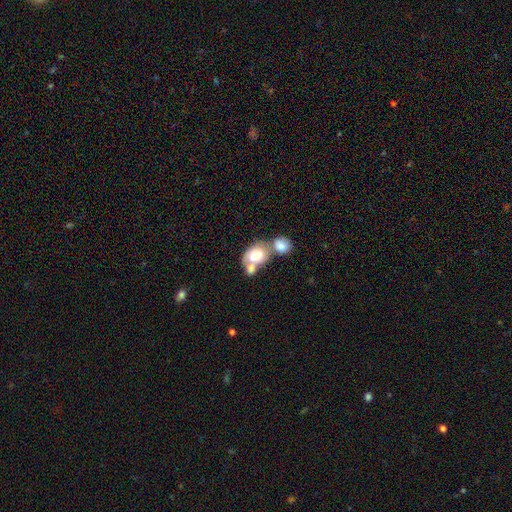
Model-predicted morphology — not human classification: type=smooth (69%); roundness=in between (74%); merging=merger (68%).